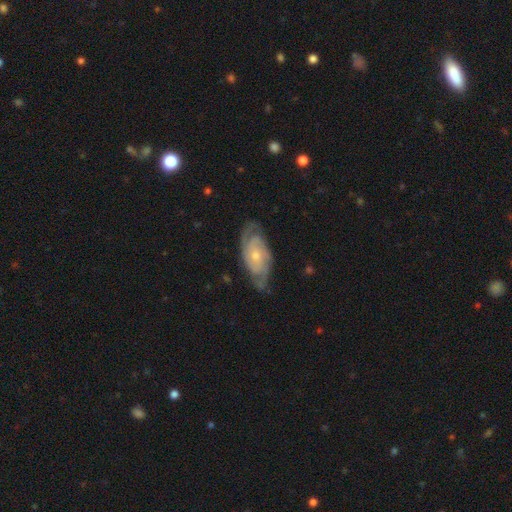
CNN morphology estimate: Smooth or featured? featured or disk (84%)
Edge-on disk? no (95%)
Bar? no (71%)
Spiral arms? yes (96%)
Spiral winding? tight (56%)
Spiral arm count? 2 (60%)
Bulge size? small (57%)
Merging? none (73%)